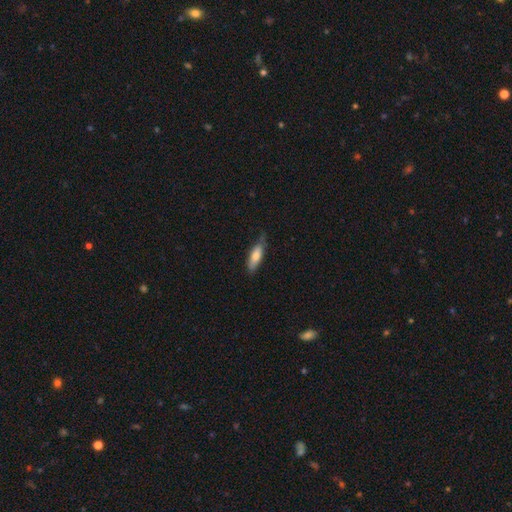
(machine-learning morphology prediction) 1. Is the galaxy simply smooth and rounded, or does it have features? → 72% smooth, 22% featured or disk, 6% star or artifact.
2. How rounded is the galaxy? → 54% in between, 44% cigar-shaped, 2% round.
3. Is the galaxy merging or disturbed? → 65% none, 29% minor disturbance, 5% major disturbance, 2% merger.